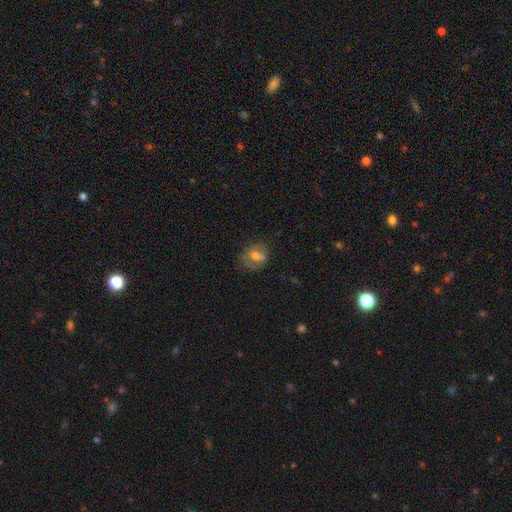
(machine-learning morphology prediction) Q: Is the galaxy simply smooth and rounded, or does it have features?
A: smooth — 56%.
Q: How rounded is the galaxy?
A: in between — 52%.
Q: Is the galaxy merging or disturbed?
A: none — 57%.